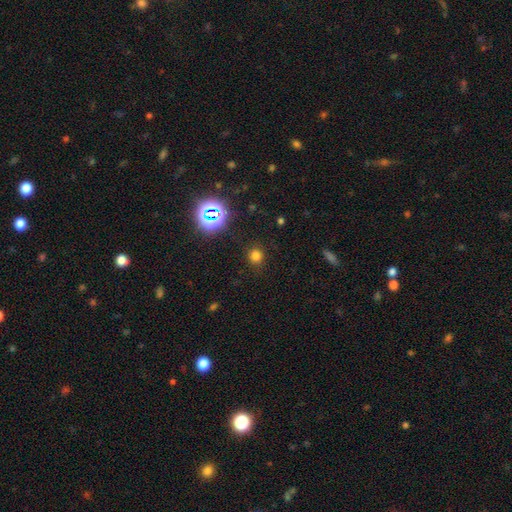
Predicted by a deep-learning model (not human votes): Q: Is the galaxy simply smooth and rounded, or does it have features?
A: smooth — 71%.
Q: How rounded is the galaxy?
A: round — 88%.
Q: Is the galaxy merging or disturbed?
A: none — 87%.